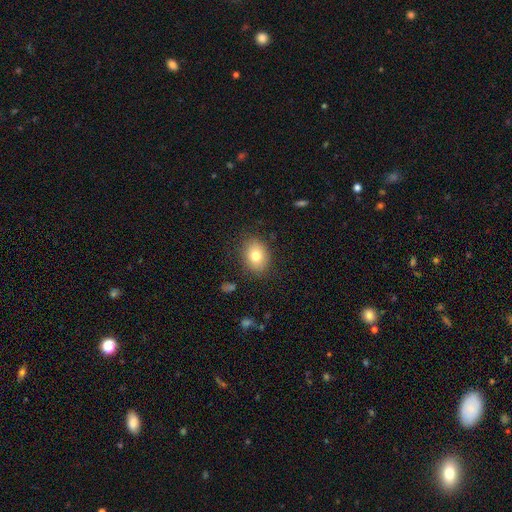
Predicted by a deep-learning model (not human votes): Morphology: type=smooth (78%); roundness=in between (59%); merging=none (85%).